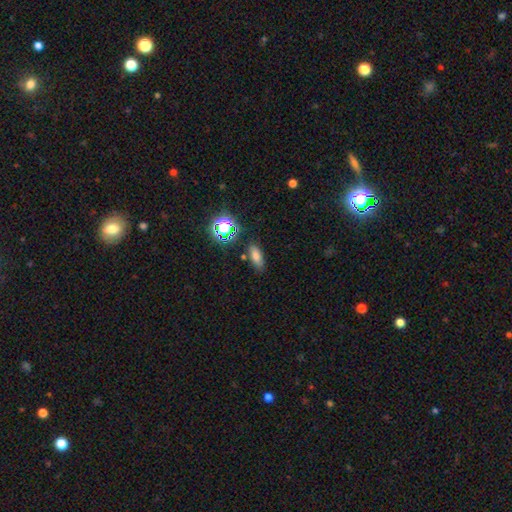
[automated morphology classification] Q: Smooth or featured?
A: smooth (69%); runner-up: star or artifact (21%)
Q: How rounded?
A: in between (72%); runner-up: cigar-shaped (20%)
Q: Merging?
A: none (82%); runner-up: minor disturbance (12%)